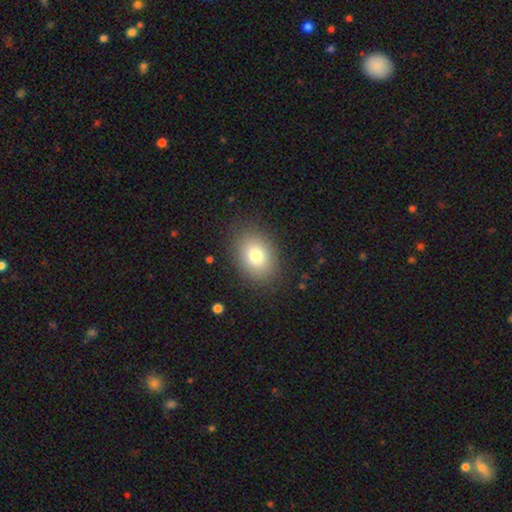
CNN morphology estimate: smooth_or_featured: smooth (p=0.80) [alt: featured or disk p=0.11]
how_rounded: in between (p=0.71) [alt: round p=0.28]
merging: none (p=0.86) [alt: minor disturbance p=0.10]